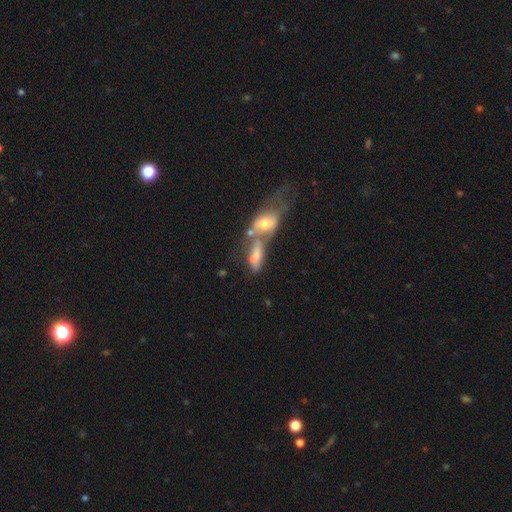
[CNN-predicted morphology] The model was most divided on "smooth or featured": smooth: 57%, featured or disk: 33%, star or artifact: 10%. More confident: how rounded — in between (71%); merging — merger (62%).